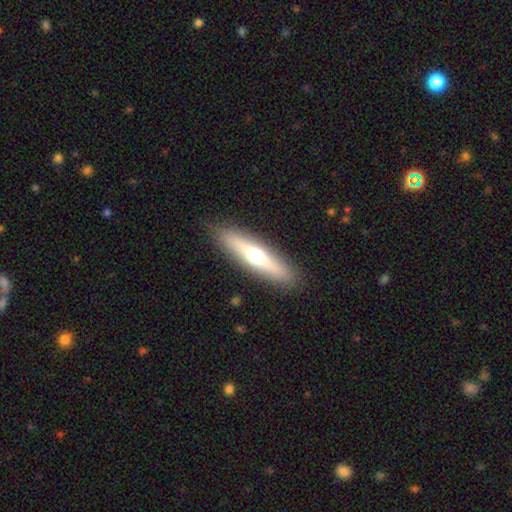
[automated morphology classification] Smooth or featured? Predicted: featured or disk (p=0.48). Merging? Predicted: none (p=0.89).